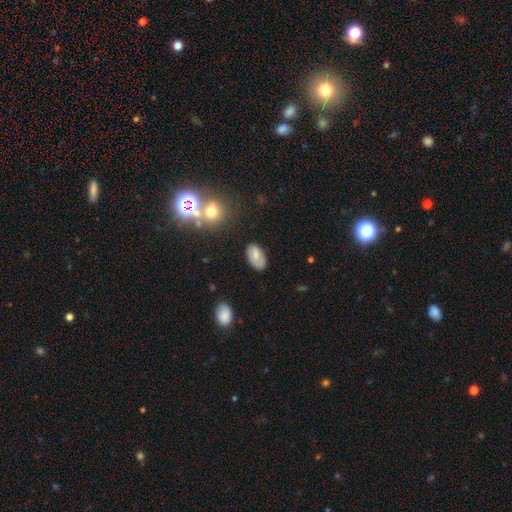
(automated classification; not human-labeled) A smooth galaxy with no disk features (73%) that is in between round and cigar-shaped (93%).

Vote fractions:
- Smooth or featured? smooth: 73% / featured or disk: 18% / star or artifact: 9%
- How rounded? in between: 93% / round: 5% / cigar-shaped: 2%
- Merging? none: 77% / minor disturbance: 17% / major disturbance: 4% / merger: 2%